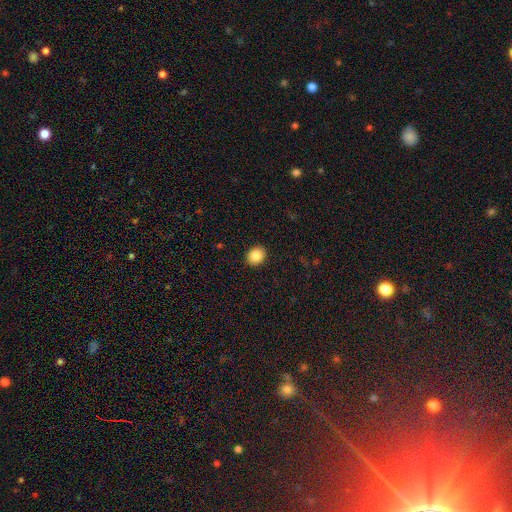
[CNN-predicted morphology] Smooth or featured?
  - smooth: 87% *
  - star or artifact: 9%
  - featured or disk: 4%
How rounded?
  - round: 71% *
  - in between: 28%
  - cigar-shaped: 1%
Merging?
  - none: 91% *
  - minor disturbance: 6%
  - major disturbance: 2%
  - merger: 1%